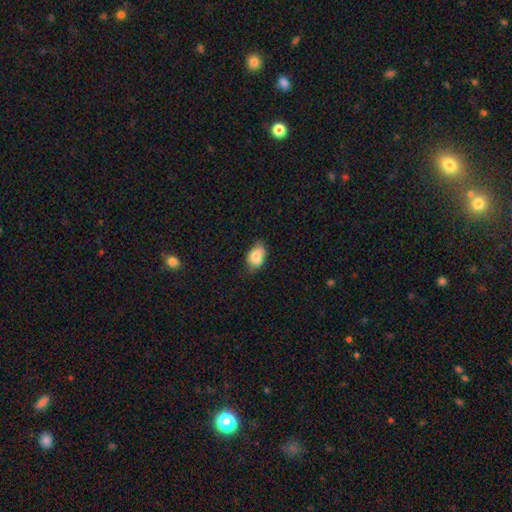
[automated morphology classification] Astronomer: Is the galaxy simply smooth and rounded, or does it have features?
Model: smooth — 79%.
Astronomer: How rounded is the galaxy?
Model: in between — 87%.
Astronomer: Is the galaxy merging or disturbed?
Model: none — 60%.